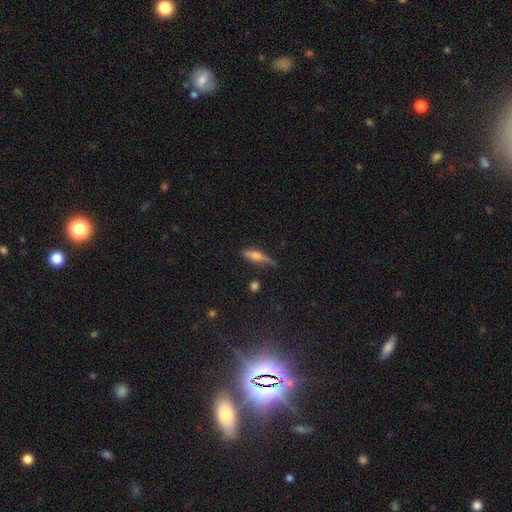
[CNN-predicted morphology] This appears to be a smooth galaxy with no disk features (54%) that is cigar-shaped (66%). Merging: none (58%).